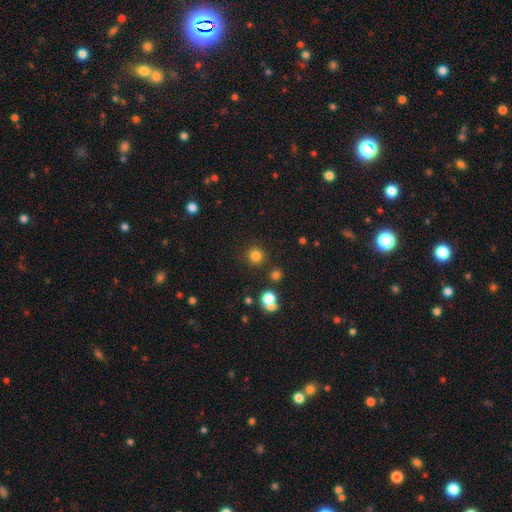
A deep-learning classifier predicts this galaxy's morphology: Smooth or featured?
  - smooth: 80% *
  - star or artifact: 15%
  - featured or disk: 5%
How rounded?
  - round: 93% *
  - in between: 6%
  - cigar-shaped: 1%
Merging?
  - none: 86% *
  - minor disturbance: 6%
  - merger: 4%
  - major disturbance: 3%